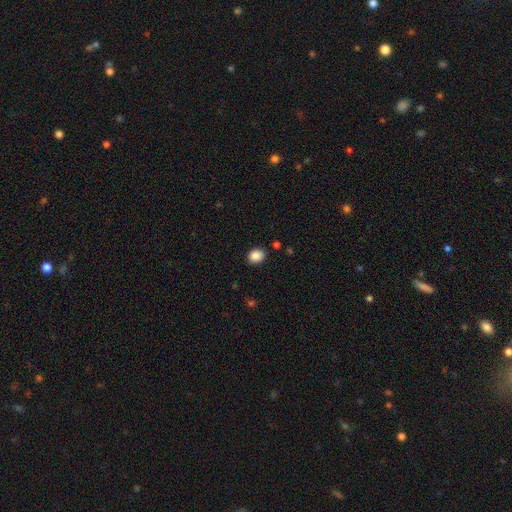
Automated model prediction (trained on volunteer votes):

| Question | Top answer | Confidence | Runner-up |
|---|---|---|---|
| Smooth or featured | smooth | 88% | star or artifact (9%) |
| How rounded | round | 50% | in between (49%) |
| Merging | none | 87% | minor disturbance (9%) |